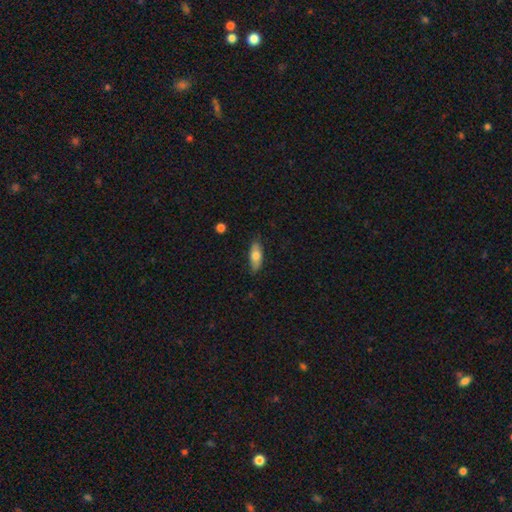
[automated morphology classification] Smooth or featured? Predicted: smooth (p=0.71). How rounded? Predicted: in between (p=0.76). Merging? Predicted: none (p=0.82).